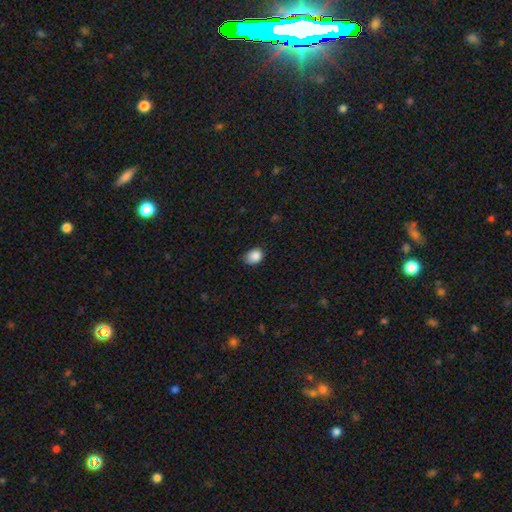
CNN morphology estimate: This is clearly a smooth galaxy (86%). How rounded: possibly in between (58%). Merging: likely none (66%).